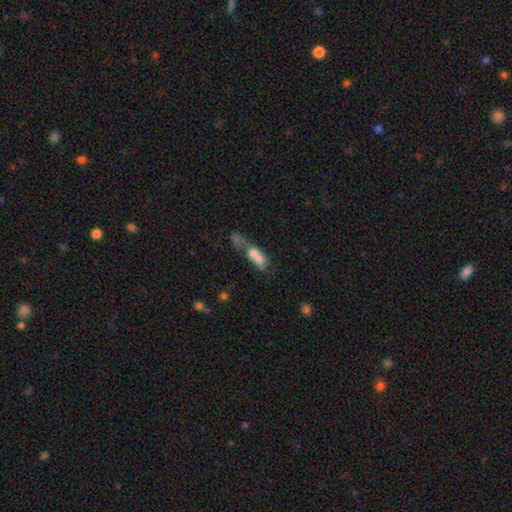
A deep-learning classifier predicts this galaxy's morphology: A smooth galaxy with no disk features (60%) that is in between round and cigar-shaped (60%).

Vote fractions:
- Smooth or featured? smooth: 60% / featured or disk: 29% / star or artifact: 11%
- How rounded? in between: 60% / round: 22% / cigar-shaped: 18%
- Merging? merger: 70% / none: 14% / major disturbance: 10% / minor disturbance: 7%